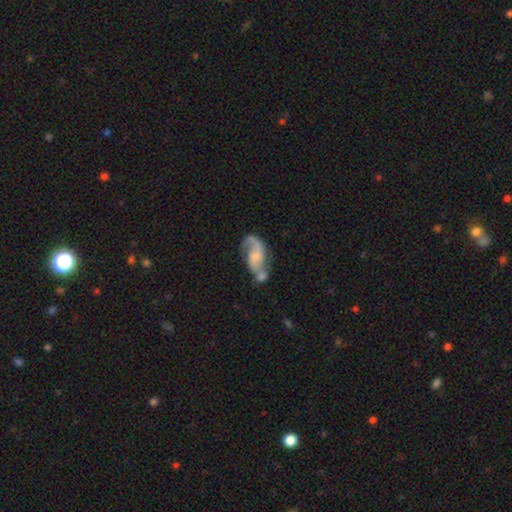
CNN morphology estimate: featured or disk 76%, smooth 18%, star or artifact 6%. Down the decision tree: edge-on disk — no (96%); bar — no (56%); spiral arms — yes (92%); spiral arm count — 2 (82%); spiral winding — loose (58%); bulge size — small (38%); merging — merger (37%).